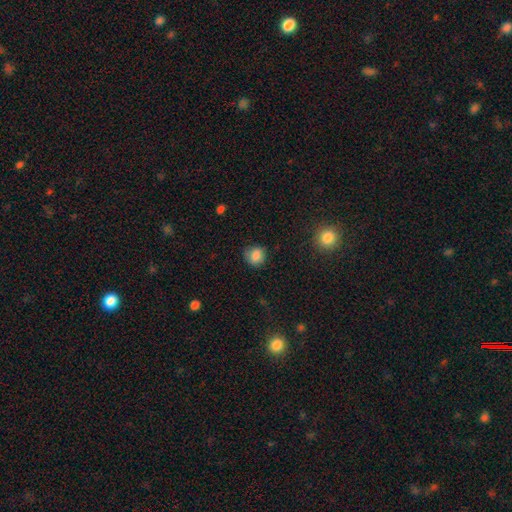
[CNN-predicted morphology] This is clearly a smooth galaxy (85%). How rounded: likely round (79%). Merging: likely none (79%).